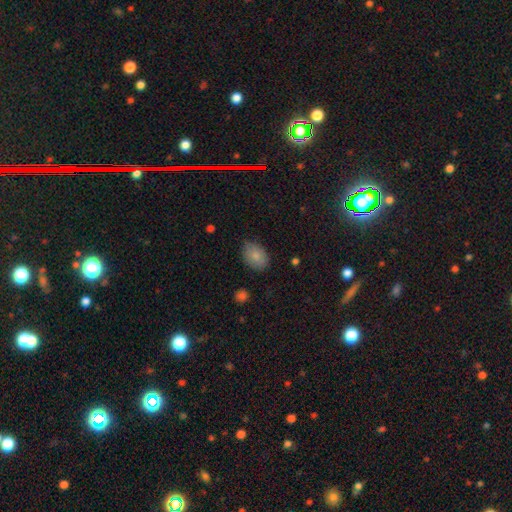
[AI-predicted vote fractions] Overall: smooth (82%). How rounded: in between (81%). Merging: none (77%).